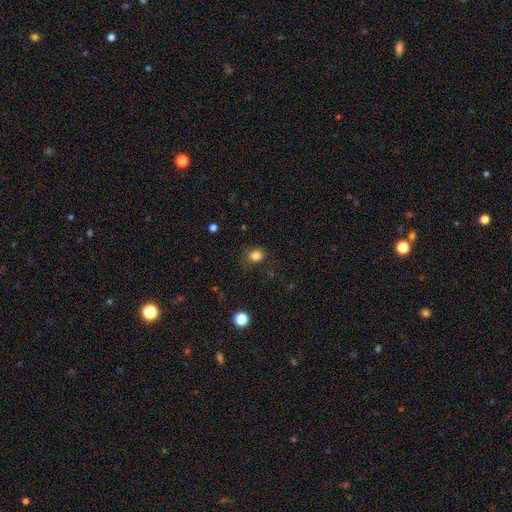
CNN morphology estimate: Q: Smooth or featured?
A: smooth (82%); runner-up: star or artifact (13%)
Q: How rounded?
A: round (73%); runner-up: in between (26%)
Q: Merging?
A: none (76%); runner-up: minor disturbance (17%)